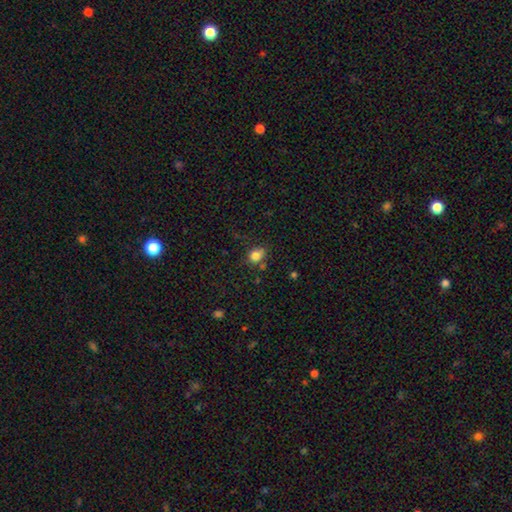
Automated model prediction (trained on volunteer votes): The model was most divided on "how rounded": round: 61%, in between: 37%, cigar-shaped: 1%. More confident: smooth or featured — smooth (81%); merging — none (64%).